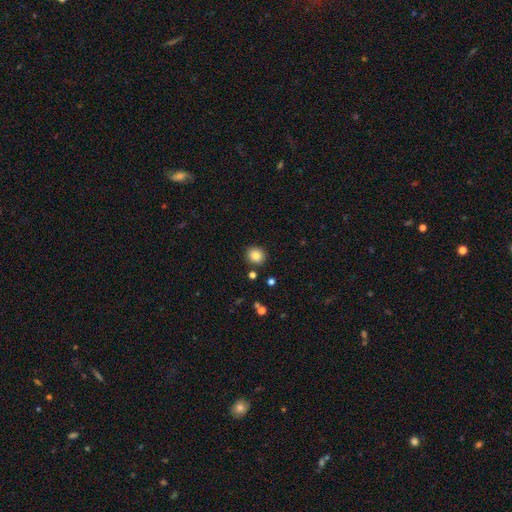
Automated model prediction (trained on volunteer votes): A smooth galaxy with no disk features (85%) that is round (83%). Merging: none (87%).